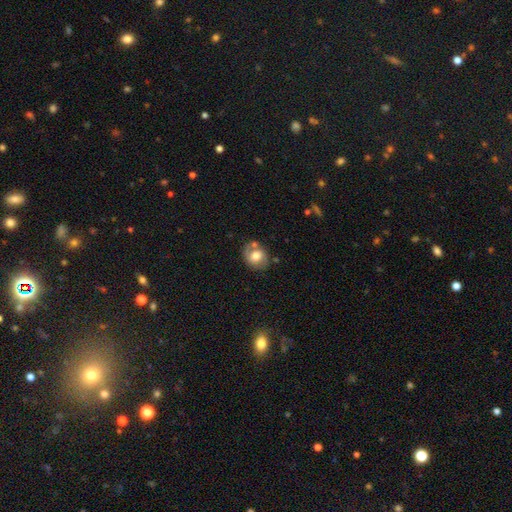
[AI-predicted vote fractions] Q: Smooth or featured?
A: smooth (56%); runner-up: featured or disk (35%)
Q: How rounded?
A: round (65%); runner-up: in between (34%)
Q: Merging?
A: none (60%); runner-up: minor disturbance (20%)